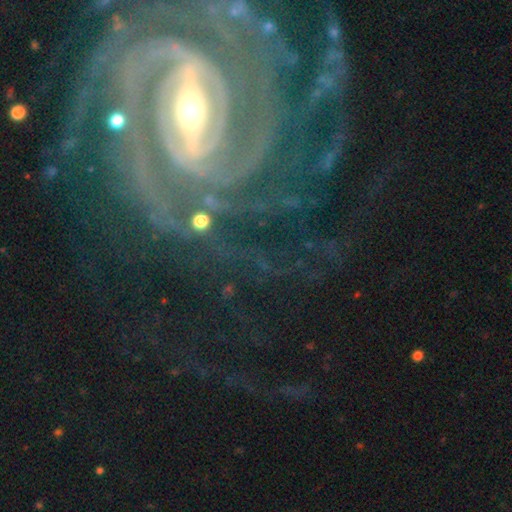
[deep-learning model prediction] A featured or disk galaxy (87%) with a strong bar (63%), can't tell (20%, tied with 2) tight (64%) spiral arms (96%) and a small central bulge (48%).

Vote fractions:
- Smooth or featured? featured or disk: 87% / star or artifact: 9% / smooth: 4%
- Edge-on disk? no: 96% / yes: 4%
- Bar? strong: 63% / weak: 24% / no: 13%
- Spiral arms? yes: 96% / no: 4%
- Spiral winding? tight: 64% / medium: 28% / loose: 8%
- Spiral arm count? can't tell: 20% (tied) / 2: 20% (tied) / 3: 18% / more than 4: 17% / 4: 16% / 1: 10%
- Bulge size? small: 48% / moderate: 44% / large: 5% / dominant: 2% / none: 2%
- Merging? none: 65% / major disturbance: 18% / minor disturbance: 14% / merger: 3%